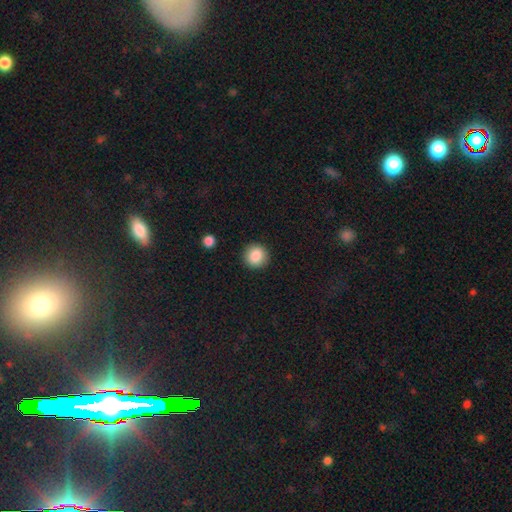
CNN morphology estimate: Smooth or featured?
  - smooth: 87% *
  - star or artifact: 9%
  - featured or disk: 4%
How rounded?
  - round: 93% *
  - in between: 6%
  - cigar-shaped: 1%
Merging?
  - none: 90% *
  - minor disturbance: 6%
  - major disturbance: 2%
  - merger: 1%